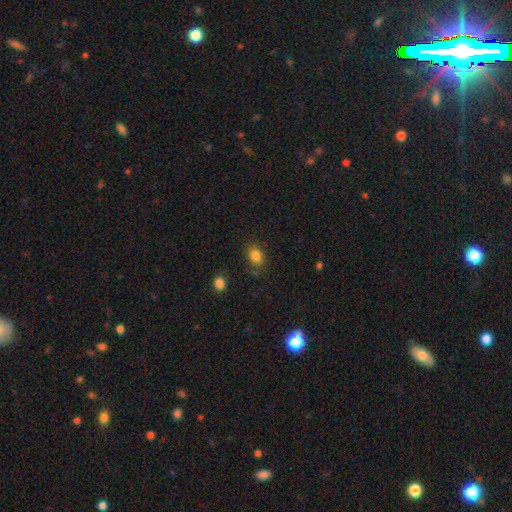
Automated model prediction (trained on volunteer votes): A smooth galaxy with no disk features (83%) that is in between round and cigar-shaped (60%). Merging: none (79%).